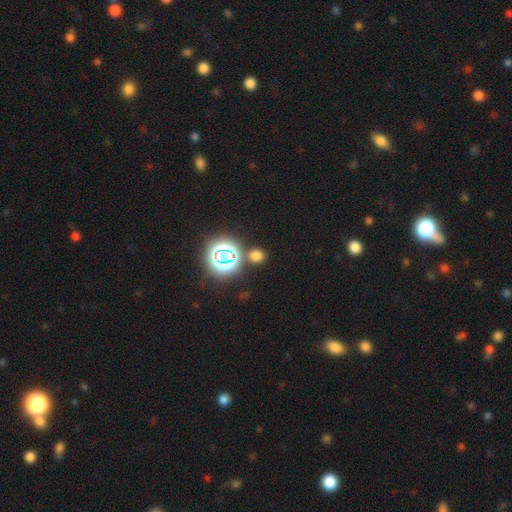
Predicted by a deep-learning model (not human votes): smooth_or_featured: smooth (p=0.63) [alt: star or artifact p=0.31]
how_rounded: round (p=0.77) [alt: in between p=0.22]
merging: none (p=0.81) [alt: minor disturbance p=0.08]